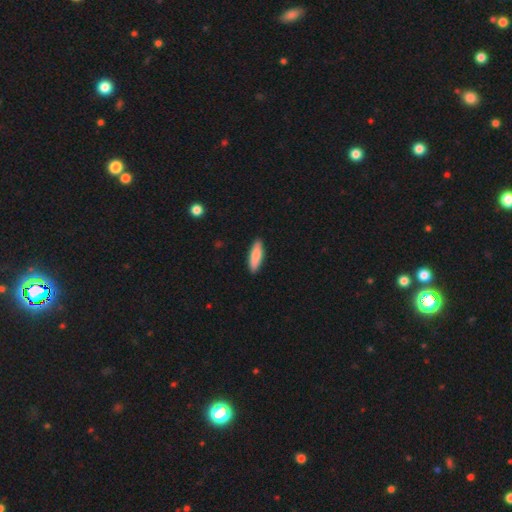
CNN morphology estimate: This appears to be a smooth galaxy with no disk features (81%) that is cigar-shaped (56%). Merging: none (90%).